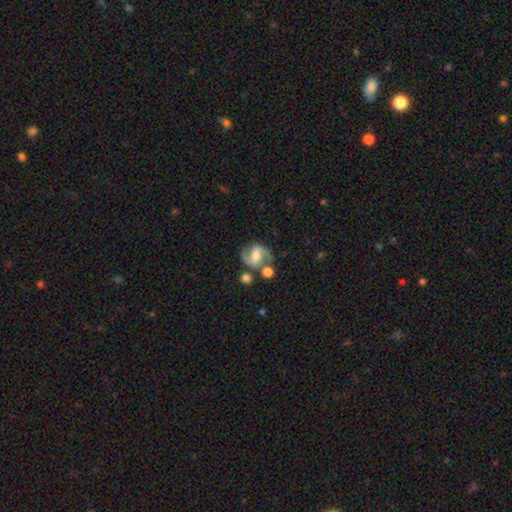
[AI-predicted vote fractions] This is clearly a featured or disk galaxy (83%). It is clearly not viewed edge-on (98%). Bar: possibly weak (46%). Spiral arm pattern: clearly yes (96%). Spiral arm count: clearly 2 (93%). Spiral winding: possibly medium (58%). Central bulge: possibly moderate (55%). Merging: likely none (69%).